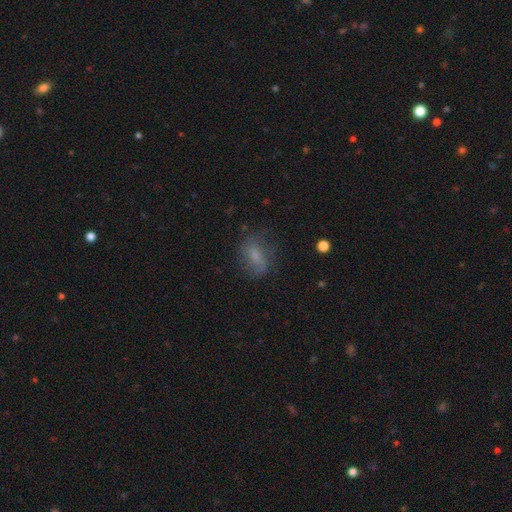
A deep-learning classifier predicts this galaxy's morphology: Overall: smooth (59%; featured or disk 29%). How rounded: in between (73%). Merging: none (61%; minor disturbance 23%).